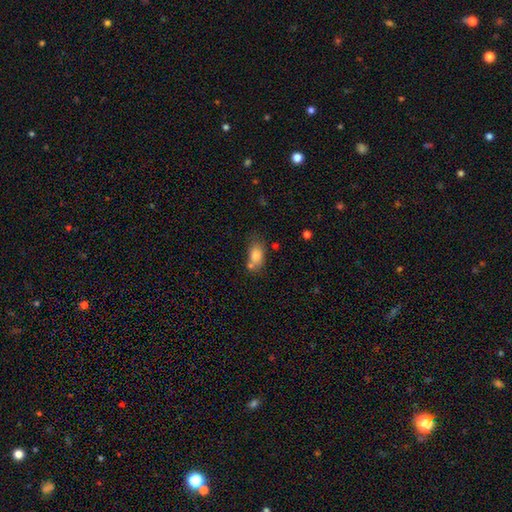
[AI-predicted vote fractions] This is clearly a smooth galaxy (80%). How rounded: clearly in between (83%). Merging: possibly none (52%).